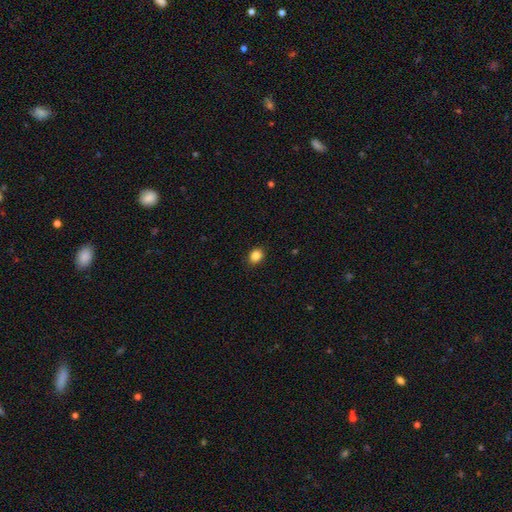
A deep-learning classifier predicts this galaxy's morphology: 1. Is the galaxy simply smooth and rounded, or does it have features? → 86% smooth, 10% star or artifact, 4% featured or disk.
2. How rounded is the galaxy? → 53% in between, 46% round, 1% cigar-shaped.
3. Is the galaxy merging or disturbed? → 90% none, 8% minor disturbance, 2% major disturbance, 1% merger.